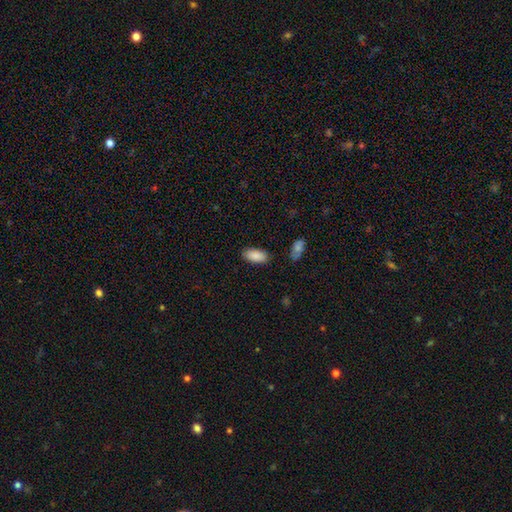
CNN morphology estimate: Smooth or featured? smooth (89%)
How rounded? in between (92%)
Merging? none (85%)